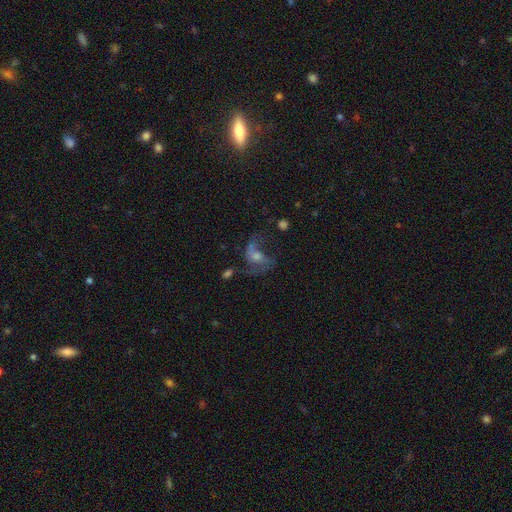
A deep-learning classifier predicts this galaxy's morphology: smooth_or_featured: featured or disk (p=0.66) [alt: smooth p=0.20]
disk_edge_on: no (p=0.96) [alt: yes p=0.04]
bar: no (p=0.56) [alt: weak p=0.35]
has_spiral_arms: yes (p=0.80) [alt: no p=0.20]
spiral_winding: loose (p=0.68) [alt: medium p=0.26]
spiral_arm_count: 2 (p=0.70) [alt: 1 p=0.15]
bulge_size: moderate (p=0.42) [alt: small p=0.39]
merging: none (p=0.40) [alt: major disturbance p=0.35]